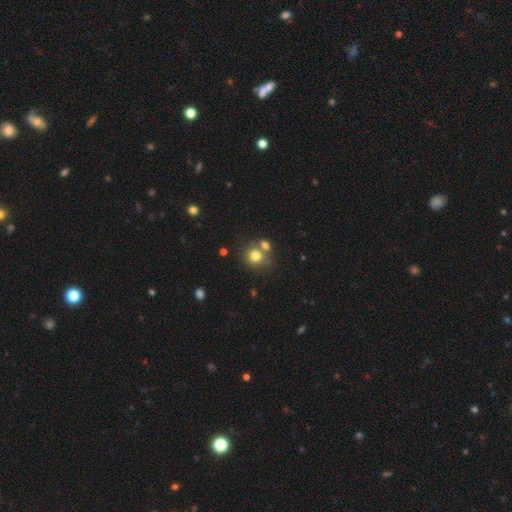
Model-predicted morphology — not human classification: Smooth or featured: smooth — 78% (star or artifact — 12%)
How rounded: round — 85% (in between — 14%)
Merging: none — 59% (merger — 28%)